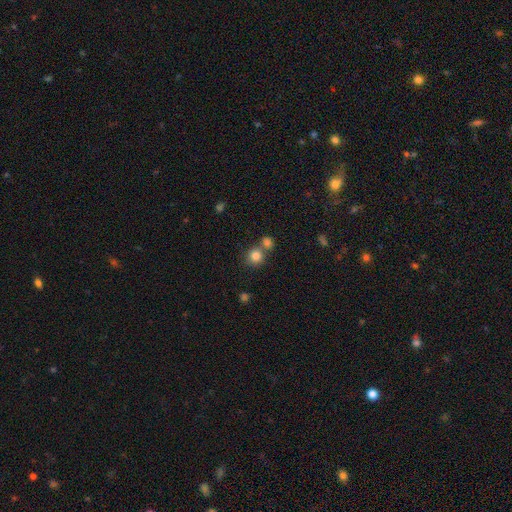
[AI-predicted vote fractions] smooth_or_featured: smooth (p=0.82) [alt: star or artifact p=0.11]
how_rounded: round (p=0.89) [alt: in between p=0.10]
merging: none (p=0.59) [alt: merger p=0.30]